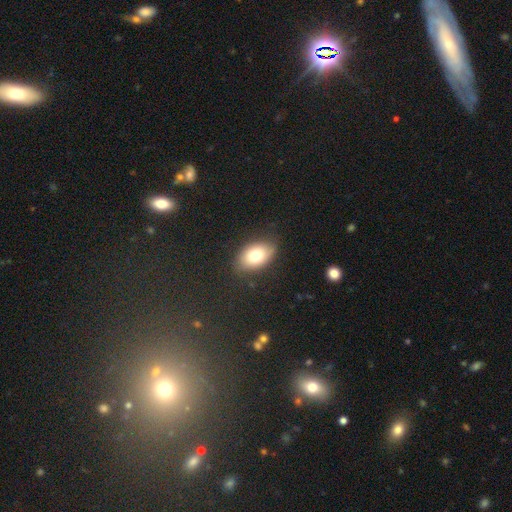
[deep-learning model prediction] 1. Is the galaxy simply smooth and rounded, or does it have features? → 76% smooth, 15% featured or disk, 9% star or artifact.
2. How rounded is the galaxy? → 88% in between, 11% round, 1% cigar-shaped.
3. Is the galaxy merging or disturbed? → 80% none, 15% minor disturbance, 4% major disturbance, 1% merger.